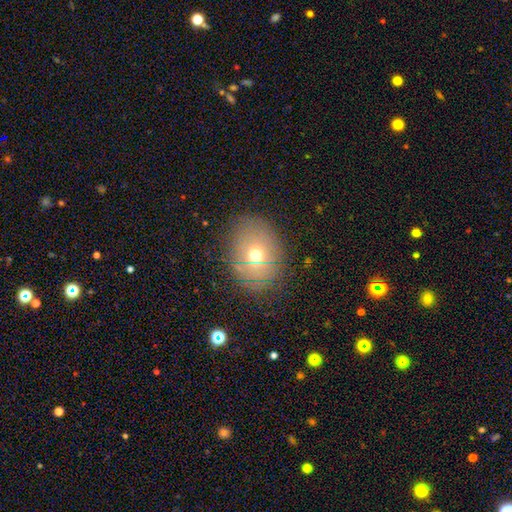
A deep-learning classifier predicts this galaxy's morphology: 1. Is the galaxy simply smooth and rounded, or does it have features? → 55% smooth, 27% featured or disk, 18% star or artifact.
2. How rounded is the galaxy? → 62% in between, 37% round, 1% cigar-shaped.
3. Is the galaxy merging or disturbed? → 83% none, 12% minor disturbance, 4% major disturbance, 1% merger.